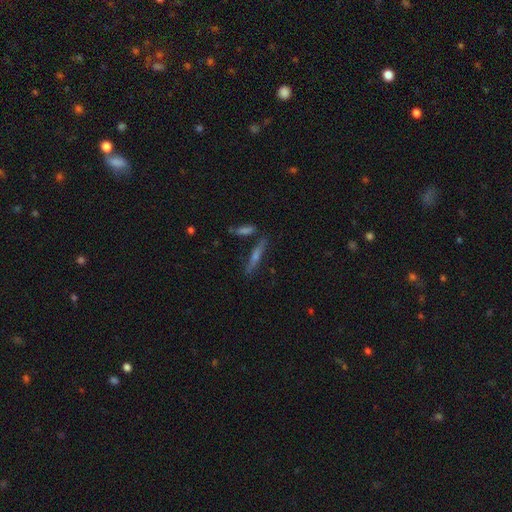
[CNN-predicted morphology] This is possibly a featured or disk galaxy (56%). It is clearly viewed edge-on (93%). Edge-on bulge: likely rounded (74%). Merging: likely none (80%).